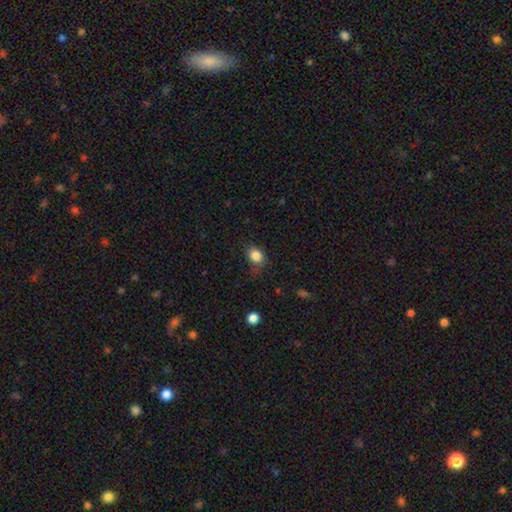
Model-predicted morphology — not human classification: The model was most divided on "how rounded": in between: 52%, round: 47%, cigar-shaped: 1%. More confident: smooth or featured — smooth (84%); merging — none (71%).